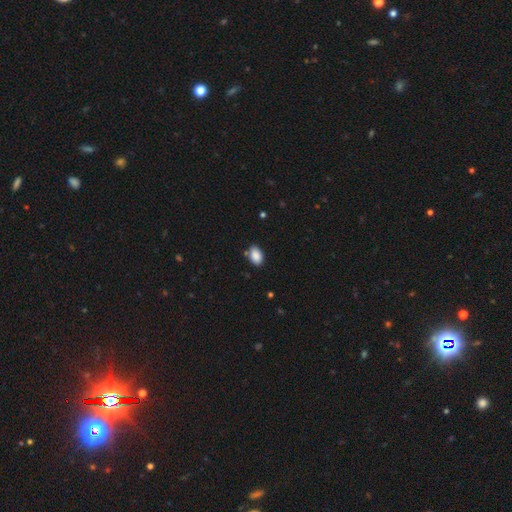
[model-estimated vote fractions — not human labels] This appears to be a smooth galaxy with no disk features (88%) that is in between round and cigar-shaped (89%). Merging: none (78%).